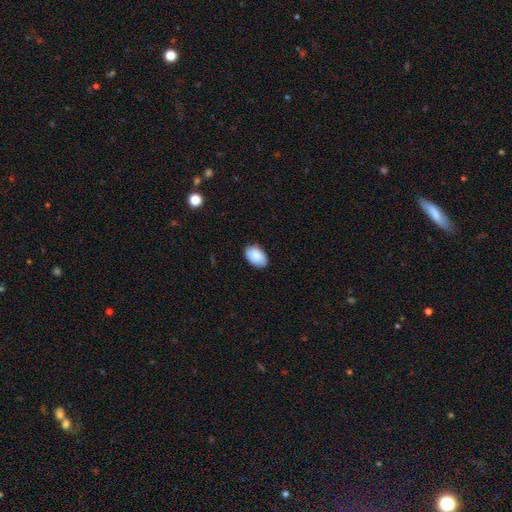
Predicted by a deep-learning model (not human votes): Smooth or featured?
  - smooth: 88% *
  - star or artifact: 6%
  - featured or disk: 6%
How rounded?
  - in between: 91% *
  - round: 8%
  - cigar-shaped: 1%
Merging?
  - none: 85% *
  - minor disturbance: 12%
  - major disturbance: 2%
  - merger: 1%